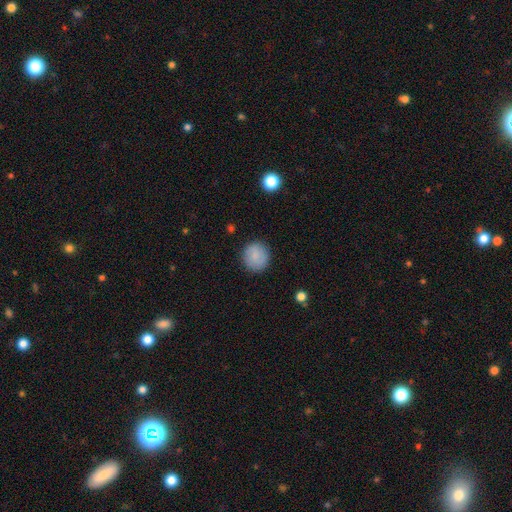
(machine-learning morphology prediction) This appears to be a smooth galaxy with no disk features (84%) that is round (88%). Merging: none (89%).